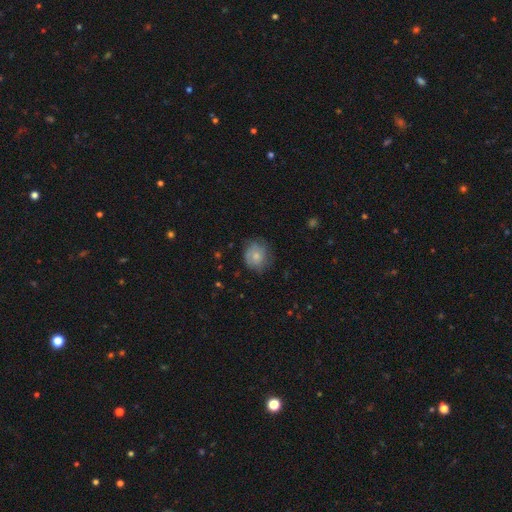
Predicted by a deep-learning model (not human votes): smooth_or_featured: smooth (p=0.70) [alt: featured or disk p=0.22]
how_rounded: round (p=0.80) [alt: in between p=0.19]
merging: none (p=0.68) [alt: minor disturbance p=0.24]